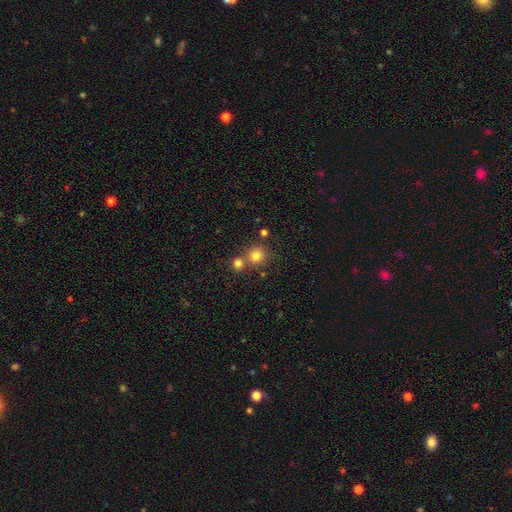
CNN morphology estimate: smooth-or-featured: smooth: 78% | star or artifact: 14% | featured or disk: 7%
  how-rounded: round: 92% | in between: 7% | cigar-shaped: 1%
  merging: none: 64% | merger: 27% | minor disturbance: 7% | major disturbance: 2%